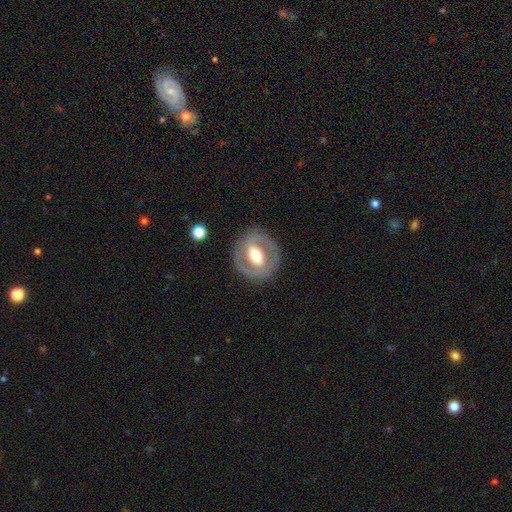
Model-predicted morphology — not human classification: Smooth or featured?
  - featured or disk: 67% *
  - smooth: 27%
  - star or artifact: 5%
Edge-on disk?
  - no: 95% *
  - yes: 5%
Bar?
  - weak: 35% * (tied)
  - strong: 35% * (tied)
  - no: 30%
Spiral arms?
  - no: 55% *
  - yes: 45%
Bulge size?
  - moderate: 59% *
  - large: 28%
  - small: 10%
  - dominant: 2%
  - none: 1%
Merging?
  - none: 84% *
  - minor disturbance: 10%
  - major disturbance: 5%
  - merger: 1%